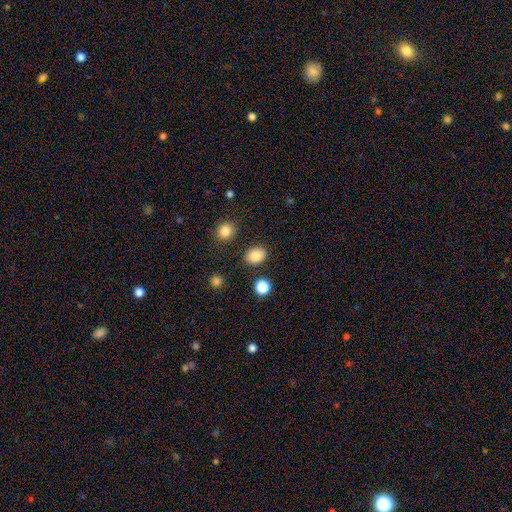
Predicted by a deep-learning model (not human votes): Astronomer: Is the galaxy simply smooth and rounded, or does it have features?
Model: smooth — 85%.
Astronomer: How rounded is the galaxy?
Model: in between — 59% (runner-up: round, 40%).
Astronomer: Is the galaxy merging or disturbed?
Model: none — 87%.